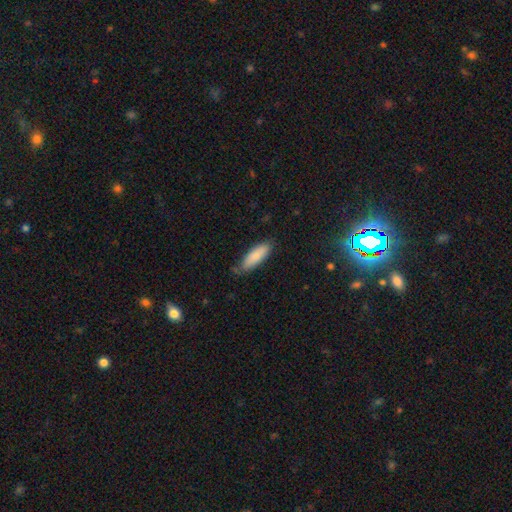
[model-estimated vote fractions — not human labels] Smooth or featured? Predicted: smooth (p=0.85). How rounded? Predicted: in between (p=0.57). Merging? Predicted: none (p=0.74).